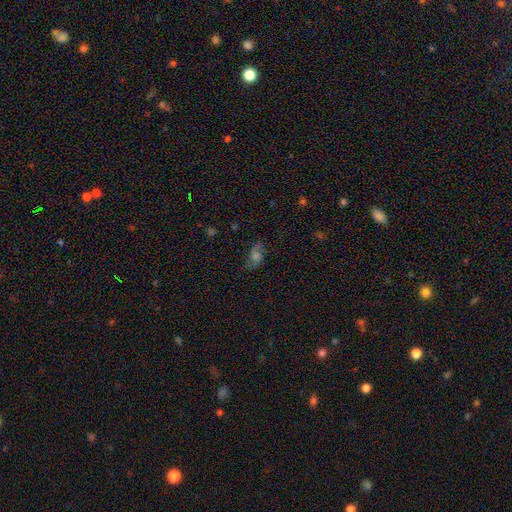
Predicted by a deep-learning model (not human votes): This appears to be a smooth galaxy with no disk features (44%). Merging: none (68%).